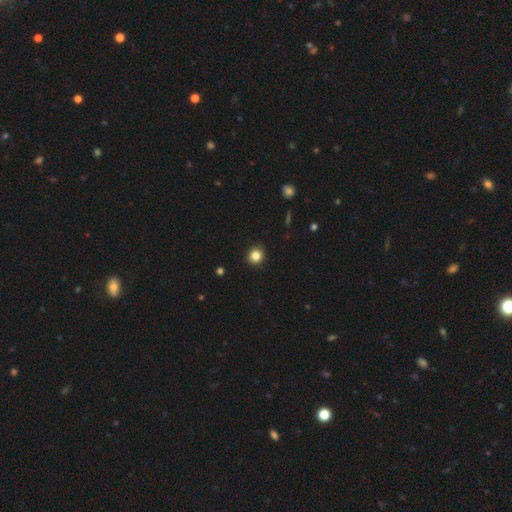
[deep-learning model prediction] This appears to be a smooth galaxy with no disk features (84%) that is round (90%). Merging: none (92%).